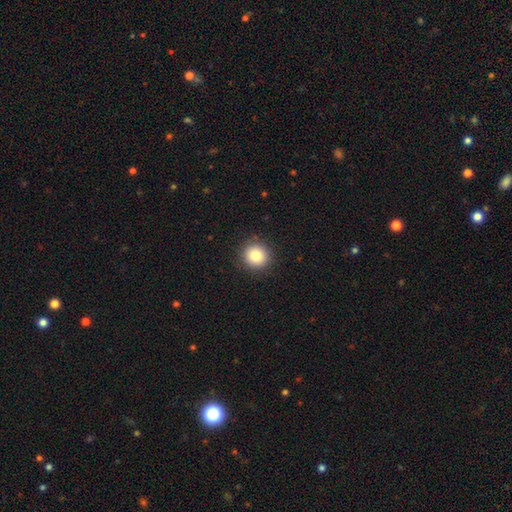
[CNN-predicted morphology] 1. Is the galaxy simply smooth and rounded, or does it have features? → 85% smooth, 9% star or artifact, 5% featured or disk.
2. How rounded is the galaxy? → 92% round, 8% in between, 1% cigar-shaped.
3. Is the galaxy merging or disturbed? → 91% none, 6% minor disturbance, 2% major disturbance, 1% merger.